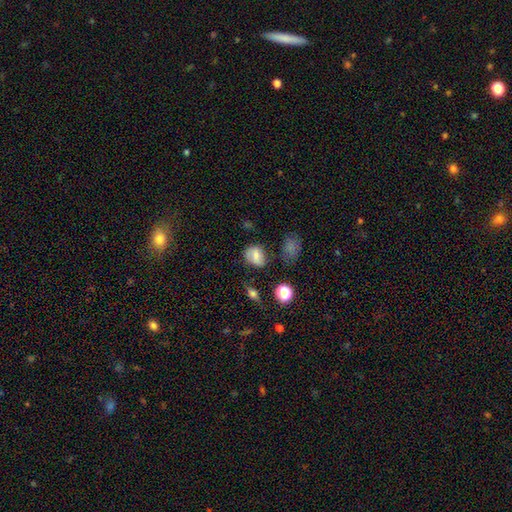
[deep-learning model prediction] smooth_or_featured: smooth (p=0.69) [alt: featured or disk p=0.17]
how_rounded: in between (p=0.53) [alt: round p=0.46]
merging: none (p=0.67) [alt: minor disturbance p=0.21]